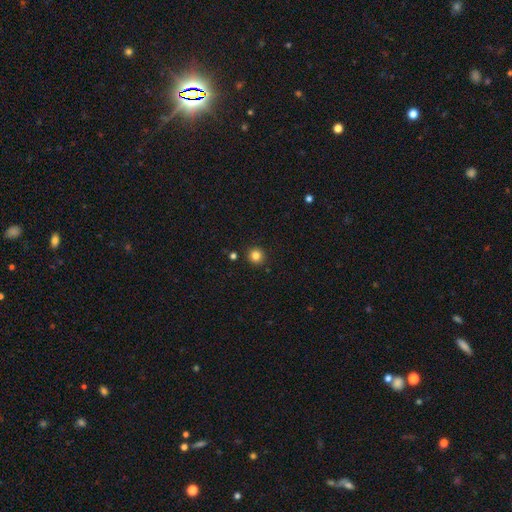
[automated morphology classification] Smooth or featured? smooth (82%)
How rounded? round (95%)
Merging? none (91%)